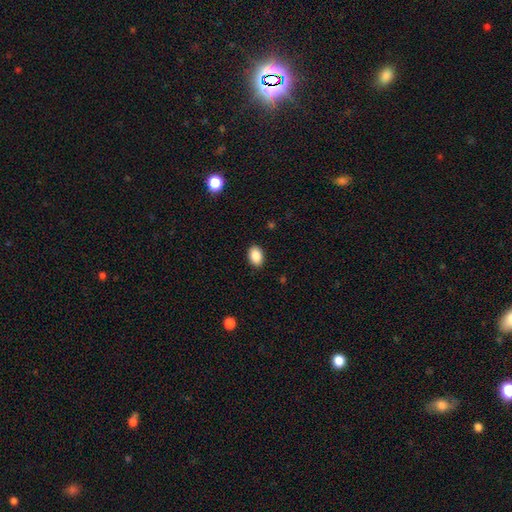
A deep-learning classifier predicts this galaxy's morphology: Smooth or featured? smooth (88%)
How rounded? in between (82%)
Merging? none (89%)